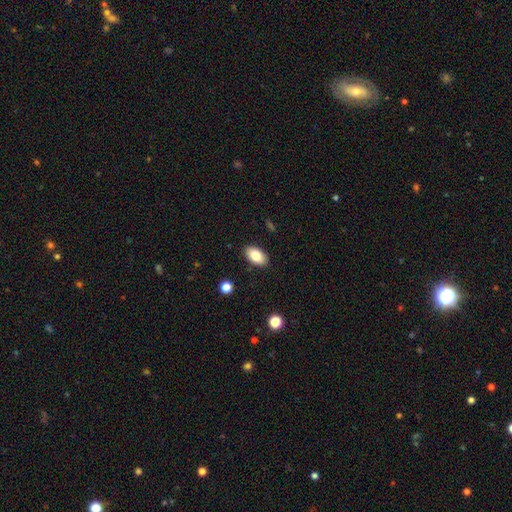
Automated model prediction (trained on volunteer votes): smooth 83%, featured or disk 10%, star or artifact 7%. Down the decision tree: how rounded — in between (93%); merging — none (89%).